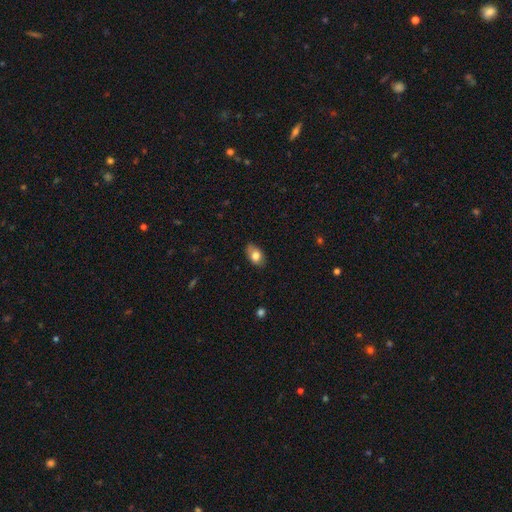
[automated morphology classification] Smooth or featured: smooth — 76% (featured or disk — 17%)
How rounded: in between — 89% (round — 9%)
Merging: none — 80% (minor disturbance — 16%)